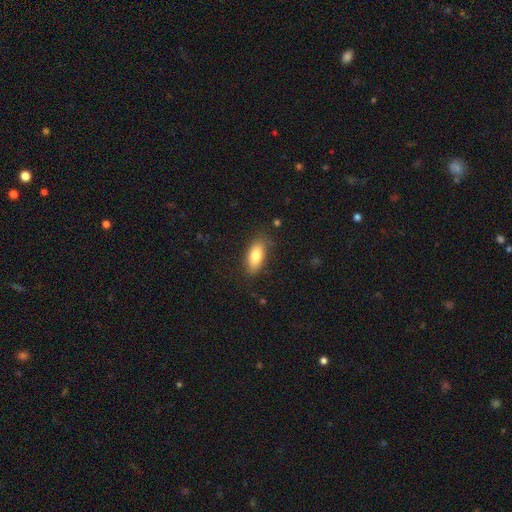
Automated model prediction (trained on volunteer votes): This appears to be a smooth galaxy with no disk features (79%) that is in between round and cigar-shaped (83%). Merging: none (80%).